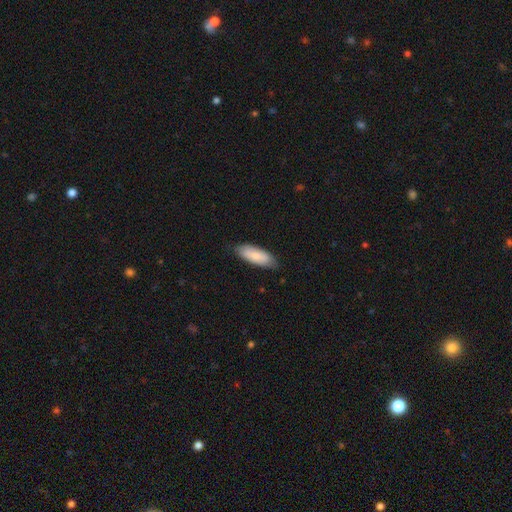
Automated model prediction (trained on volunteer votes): This appears to be a smooth galaxy with no disk features (79%) that is in between round and cigar-shaped (71%). Merging: none (80%).